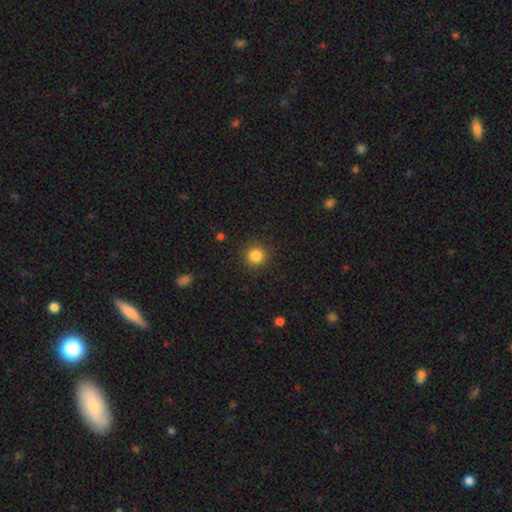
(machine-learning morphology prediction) A smooth galaxy with no disk features (85%) that is round (93%).

Vote fractions:
- Smooth or featured? smooth: 85% / star or artifact: 11% / featured or disk: 4%
- How rounded? round: 93% / in between: 6% / cigar-shaped: 1%
- Merging? none: 90% / minor disturbance: 6% / major disturbance: 2% / merger: 1%